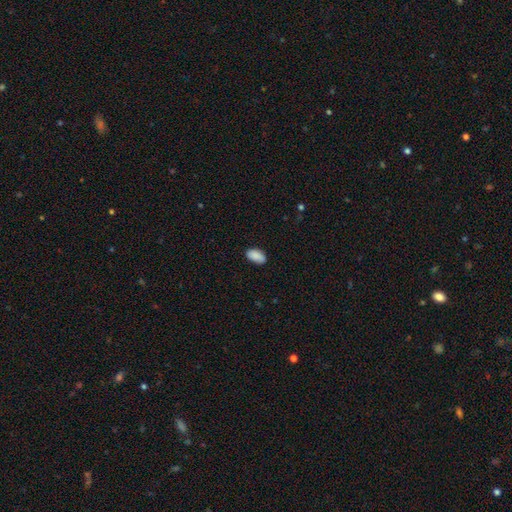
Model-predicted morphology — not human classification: Smooth or featured: smooth — 90% (star or artifact — 7%)
How rounded: in between — 95% (round — 3%)
Merging: none — 85% (minor disturbance — 12%)